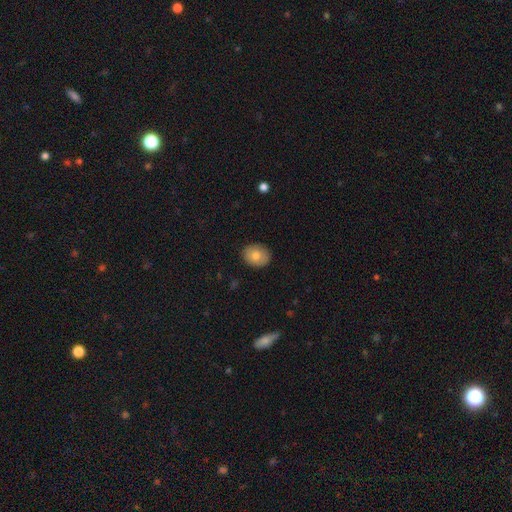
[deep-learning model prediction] Q: Smooth or featured?
A: smooth (80%); runner-up: featured or disk (12%)
Q: How rounded?
A: in between (52%); runner-up: round (47%)
Q: Merging?
A: none (88%); runner-up: minor disturbance (9%)